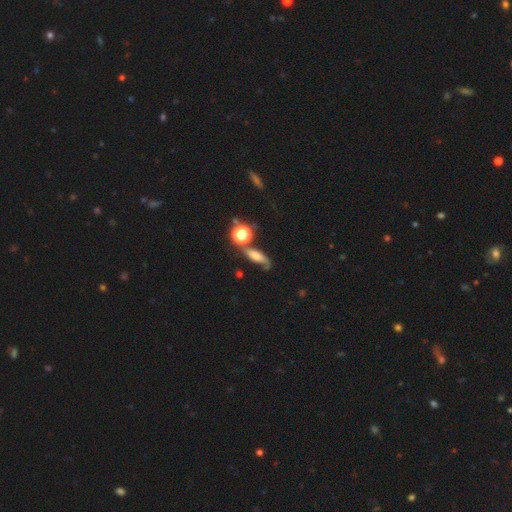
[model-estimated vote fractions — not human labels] Smooth or featured?
  - smooth: 45% *
  - featured or disk: 38%
  - star or artifact: 16%
Merging?
  - none: 49% *
  - minor disturbance: 21%
  - major disturbance: 15%
  - merger: 14%